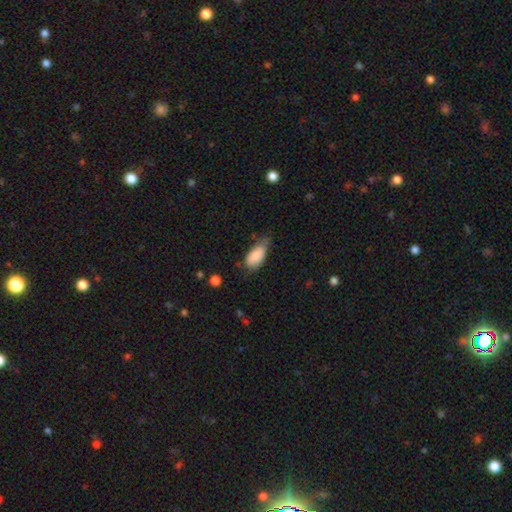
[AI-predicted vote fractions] Smooth or featured?
  - smooth: 82% *
  - featured or disk: 11%
  - star or artifact: 7%
How rounded?
  - in between: 91% *
  - cigar-shaped: 7%
  - round: 3%
Merging?
  - none: 45% *
  - minor disturbance: 41%
  - major disturbance: 11%
  - merger: 3%